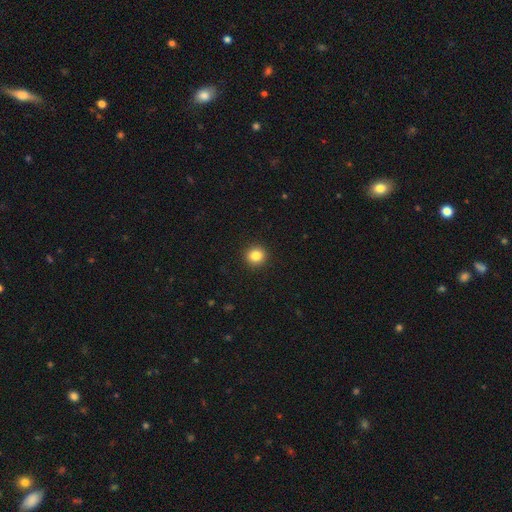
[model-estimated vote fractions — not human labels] Smooth or featured? Predicted: smooth (p=0.85). How rounded? Predicted: round (p=0.90). Merging? Predicted: none (p=0.93).